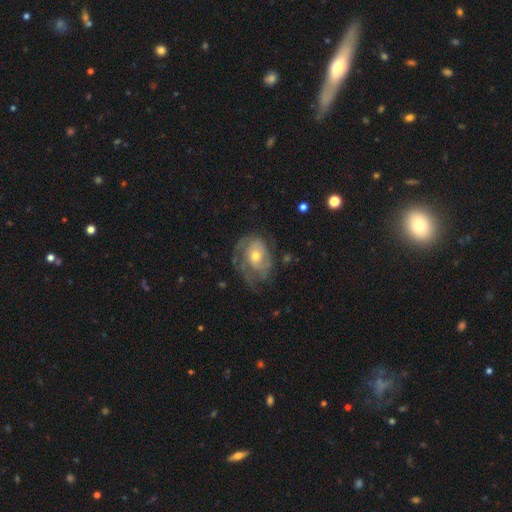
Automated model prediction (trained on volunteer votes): This appears to be a featured or disk galaxy (71%) with no bar (74%), tight (52%) spiral arms (79%) and a moderate central bulge (60%). Merging: none (49%).